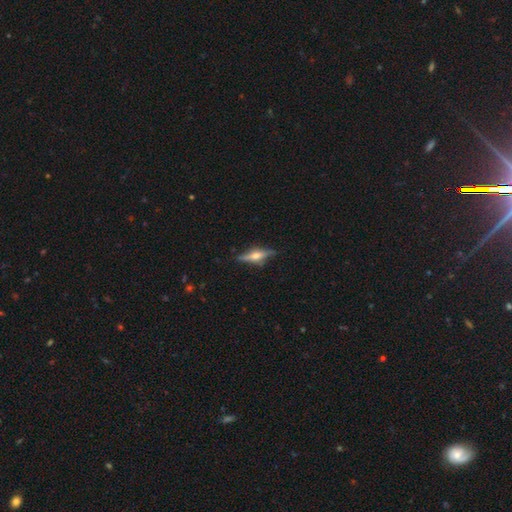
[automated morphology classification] A featured or disk galaxy (67%) viewed edge-on (94%) with a rounded central bulge (89%).

Vote fractions:
- Smooth or featured? featured or disk: 67% / smooth: 26% / star or artifact: 7%
- Edge-on disk? yes: 94% / no: 6%
- Edge-on bulge? rounded: 89% / boxy: 8% / none: 3%
- Merging? none: 81% / minor disturbance: 14% / major disturbance: 3% / merger: 2%